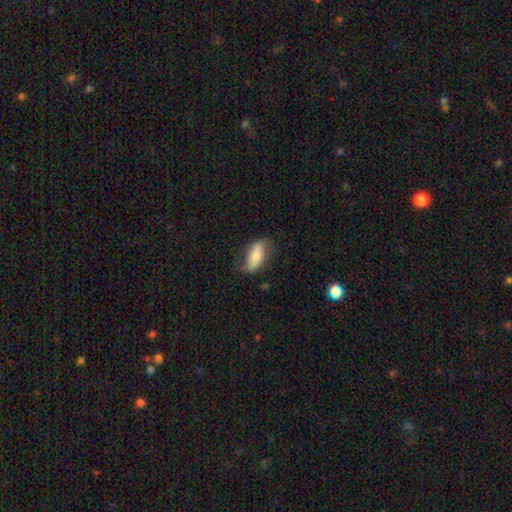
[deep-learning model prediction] Smooth or featured? smooth (56%)
How rounded? in between (75%)
Merging? none (66%)